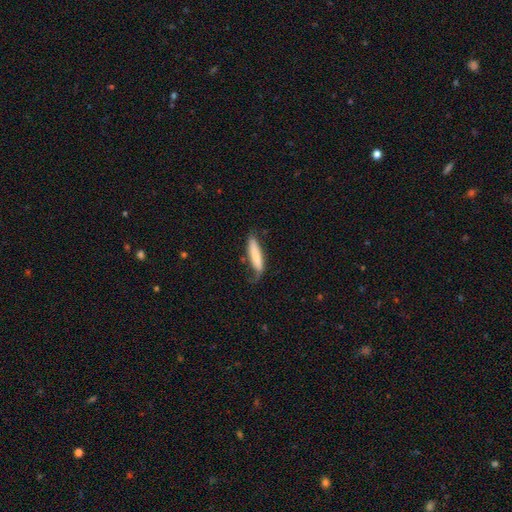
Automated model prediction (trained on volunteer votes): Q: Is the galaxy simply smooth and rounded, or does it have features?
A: smooth — 74%.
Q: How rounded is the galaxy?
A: cigar-shaped — 79%.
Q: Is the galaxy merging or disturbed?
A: none — 50%.